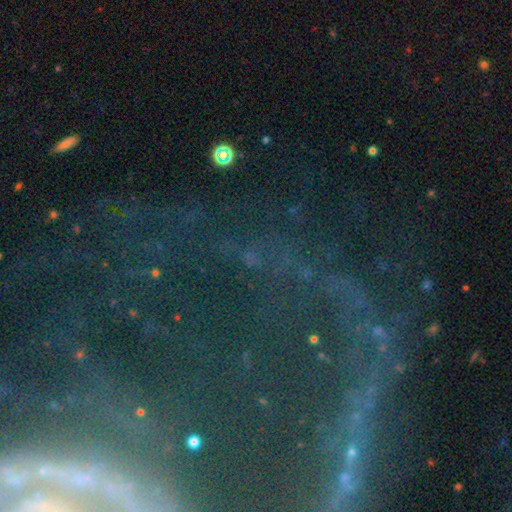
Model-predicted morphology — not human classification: type=star or artifact (76%).